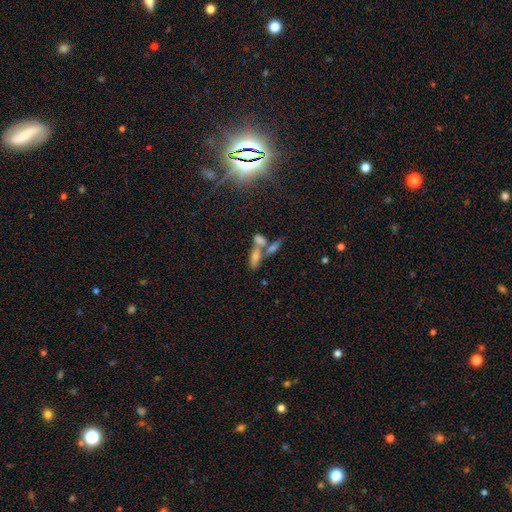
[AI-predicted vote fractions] This is marginally a smooth galaxy (44%). Merging: possibly merger (55%).